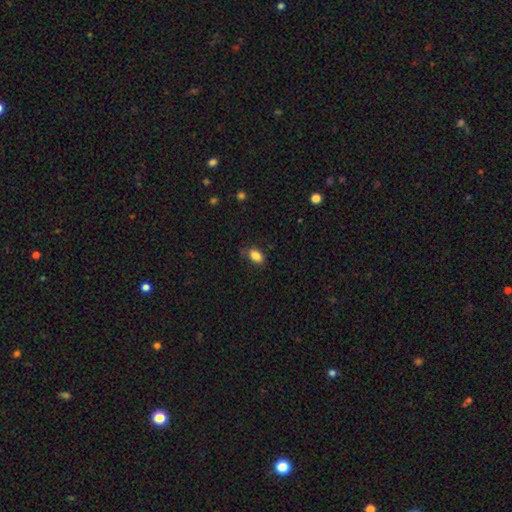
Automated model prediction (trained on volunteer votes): This appears to be a smooth galaxy with no disk features (86%) that is in between round and cigar-shaped (90%). Merging: none (78%).